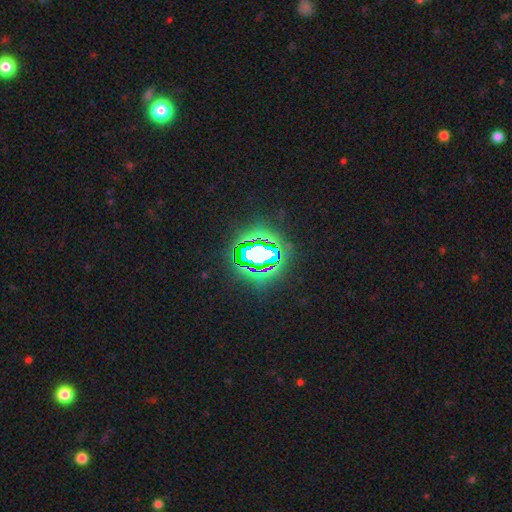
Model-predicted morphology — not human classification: Smooth or featured? Predicted: star or artifact (p=0.68).